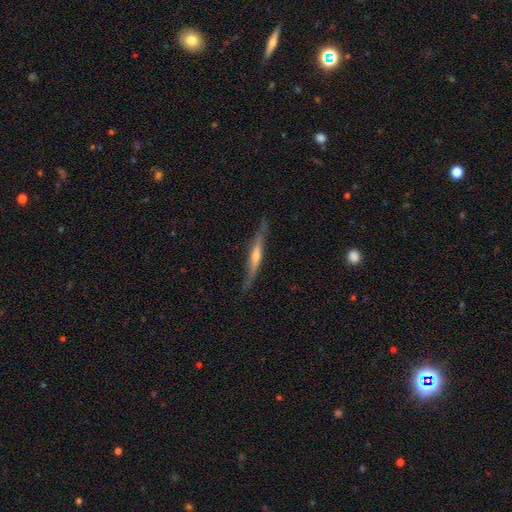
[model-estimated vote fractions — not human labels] A featured or disk galaxy (71%) viewed edge-on (94%) with a rounded central bulge (65%). Merging: none (82%).